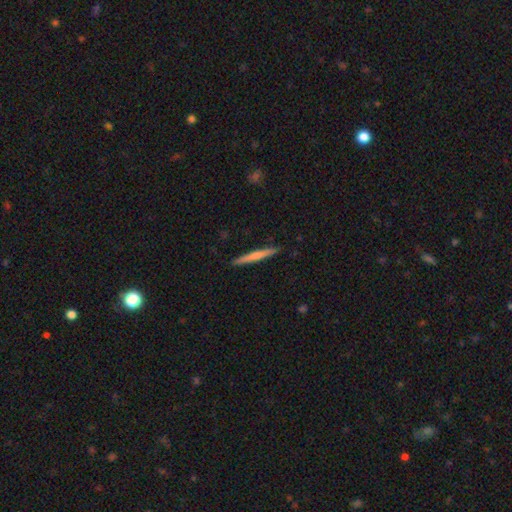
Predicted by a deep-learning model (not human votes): A smooth galaxy with no disk features (58%) that is cigar-shaped (96%).

Vote fractions:
- Smooth or featured? smooth: 58% / featured or disk: 37% / star or artifact: 5%
- How rounded? cigar-shaped: 96% / in between: 2% / round: 1%
- Merging? none: 91% / minor disturbance: 6% / major disturbance: 1% / merger: 1%